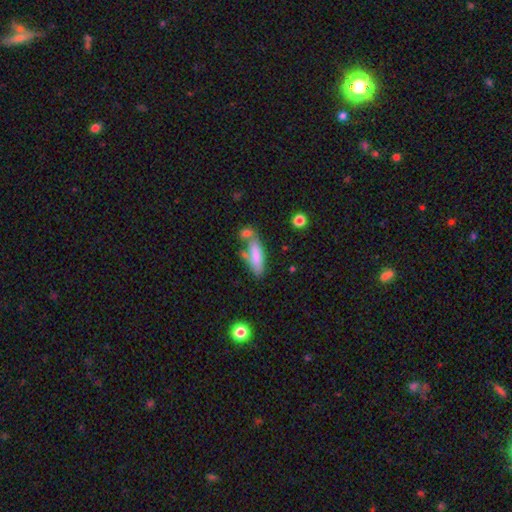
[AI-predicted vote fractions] Morphology: type=smooth (80%); roundness=cigar-shaped (49%, tied with in between); merging=none (49%).